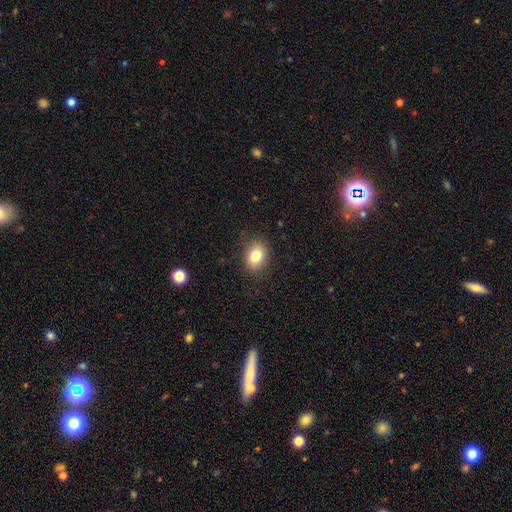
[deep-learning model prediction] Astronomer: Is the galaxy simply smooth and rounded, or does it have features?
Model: smooth — 82%.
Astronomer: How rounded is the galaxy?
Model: in between — 59% (runner-up: round, 40%).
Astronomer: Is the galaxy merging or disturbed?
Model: none — 86%.